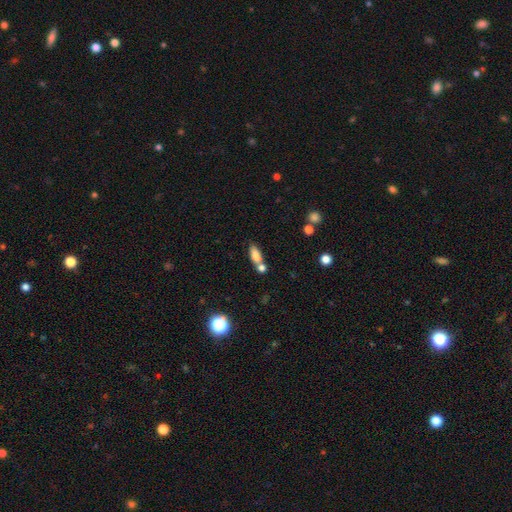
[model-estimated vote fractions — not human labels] Smooth or featured?
  - smooth: 79% *
  - featured or disk: 11%
  - star or artifact: 10%
How rounded?
  - in between: 75% *
  - cigar-shaped: 20%
  - round: 5%
Merging?
  - none: 47% *
  - merger: 36%
  - minor disturbance: 12%
  - major disturbance: 5%